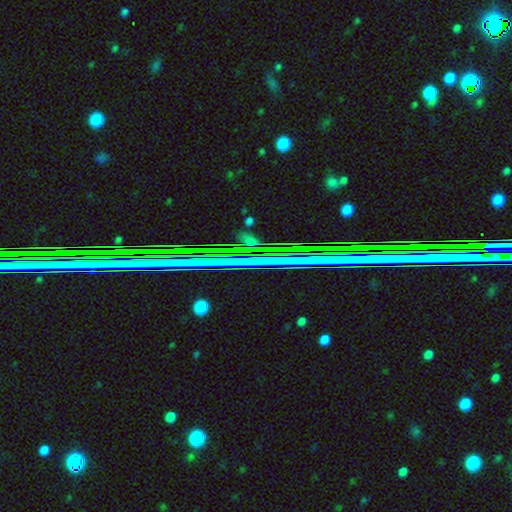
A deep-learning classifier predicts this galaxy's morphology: This is likely a star or artifact rather than a galaxy (72%).